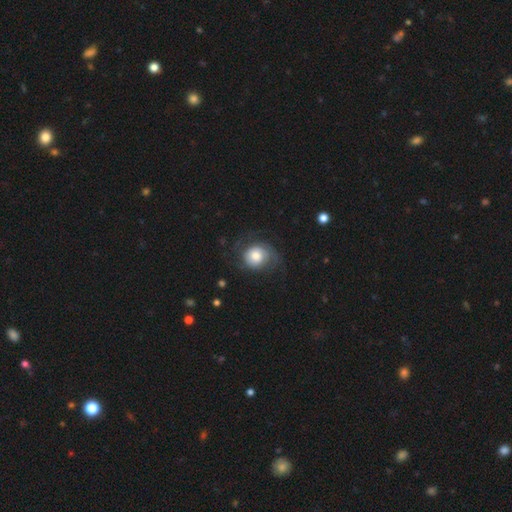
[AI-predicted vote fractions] Morphology: type=smooth (47%); merging=none (56%).